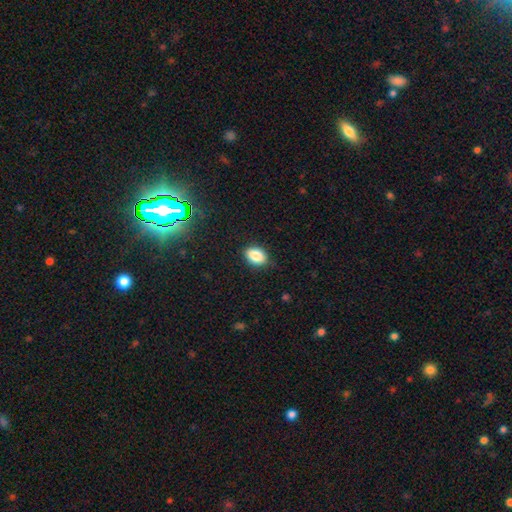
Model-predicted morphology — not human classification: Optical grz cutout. It shows a smooth galaxy with no disk features (86%) that is in between round and cigar-shaped (82%). Merging: none (85%).